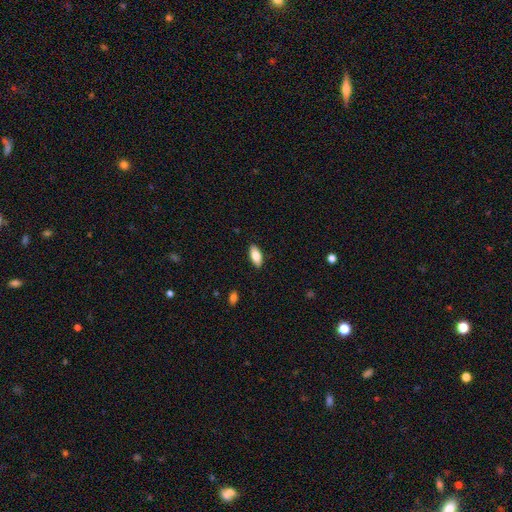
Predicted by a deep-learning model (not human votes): smooth 81%, featured or disk 12%, star or artifact 6%. Down the decision tree: how rounded — in between (87%); merging — none (89%).